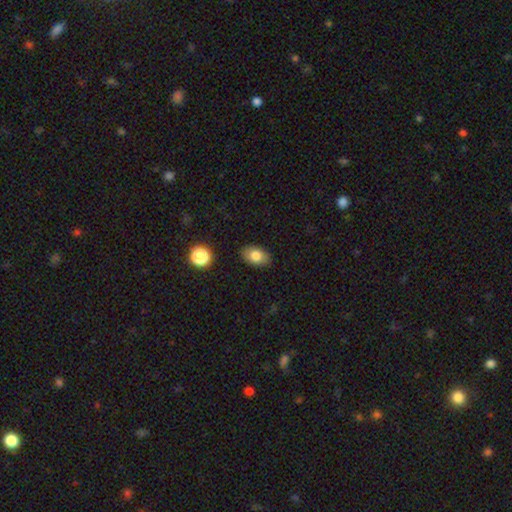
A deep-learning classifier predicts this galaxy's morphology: A smooth galaxy with no disk features (80%) that is in between round and cigar-shaped (85%).

Vote fractions:
- Smooth or featured? smooth: 80% / featured or disk: 11% / star or artifact: 9%
- How rounded? in between: 85% / round: 14% / cigar-shaped: 1%
- Merging? none: 87% / minor disturbance: 9% / major disturbance: 2% / merger: 1%